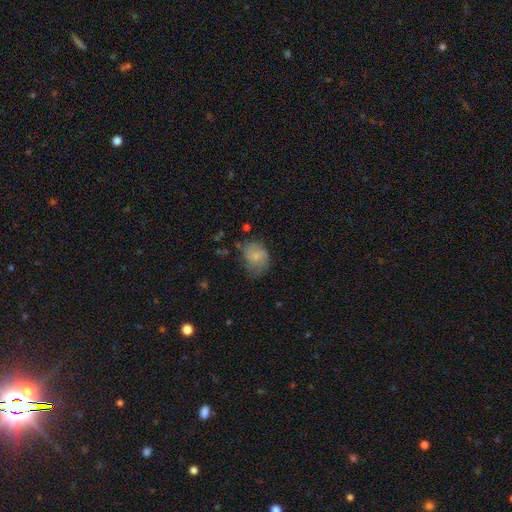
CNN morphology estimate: A smooth galaxy with no disk features (70%) that is in between round and cigar-shaped (57%).

Vote fractions:
- Smooth or featured? smooth: 70% / featured or disk: 21% / star or artifact: 8%
- How rounded? in between: 57% / round: 42% / cigar-shaped: 1%
- Merging? none: 41% / minor disturbance: 36% / major disturbance: 20% / merger: 3%